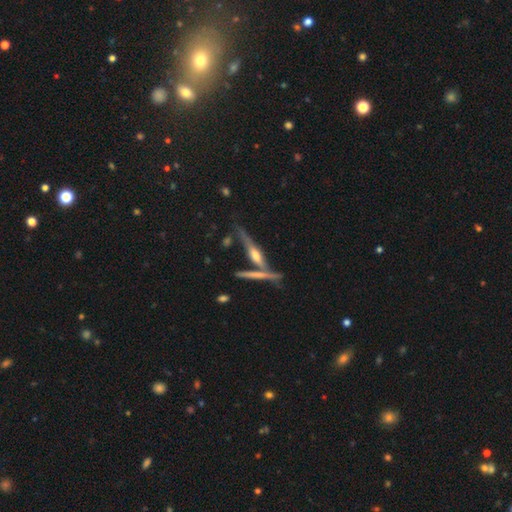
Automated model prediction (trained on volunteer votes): Q: Smooth or featured?
A: featured or disk (74%); runner-up: smooth (19%)
Q: Edge-on disk?
A: yes (96%); runner-up: no (4%)
Q: Edge-on bulge?
A: rounded (78%); runner-up: none (12%)
Q: Merging?
A: none (68%); runner-up: merger (16%)